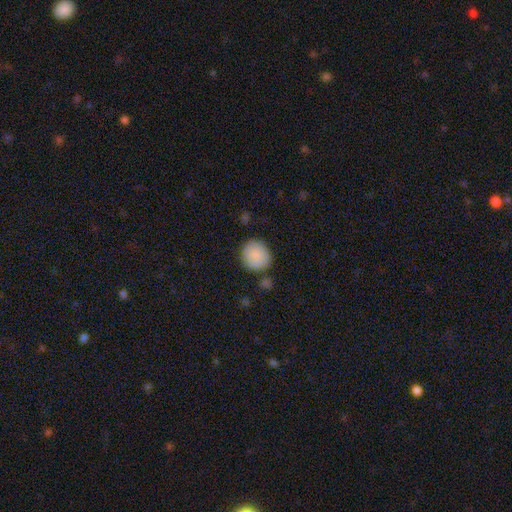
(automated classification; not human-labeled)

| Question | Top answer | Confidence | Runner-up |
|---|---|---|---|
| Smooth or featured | smooth | 88% | star or artifact (7%) |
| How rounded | round | 87% | in between (12%) |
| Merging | none | 81% | minor disturbance (11%) |